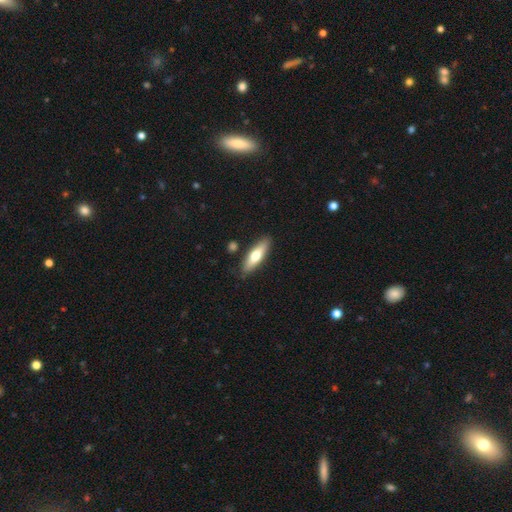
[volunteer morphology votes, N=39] Volunteers were most divided on "how rounded": cigar-shaped: 54%, in between: 46%, round: 0%. More confident: merging — none (92%); smooth or featured — smooth (72%).